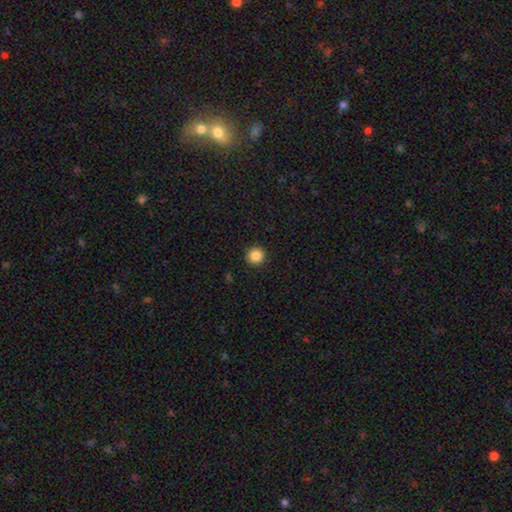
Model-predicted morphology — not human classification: Q: Smooth or featured?
A: smooth (86%); runner-up: star or artifact (10%)
Q: How rounded?
A: round (96%); runner-up: in between (3%)
Q: Merging?
A: none (93%); runner-up: minor disturbance (5%)